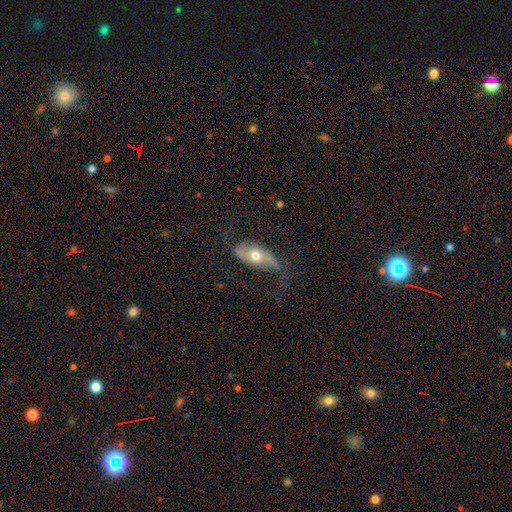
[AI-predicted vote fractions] Overall: featured or disk (62%; smooth 32%). Edge-on disk: no (83%). Bar: no (60%; weak 24%). Spiral arms: yes (74%). Bulge size: moderate (76%). Merging: none (50%; minor disturbance 27%).